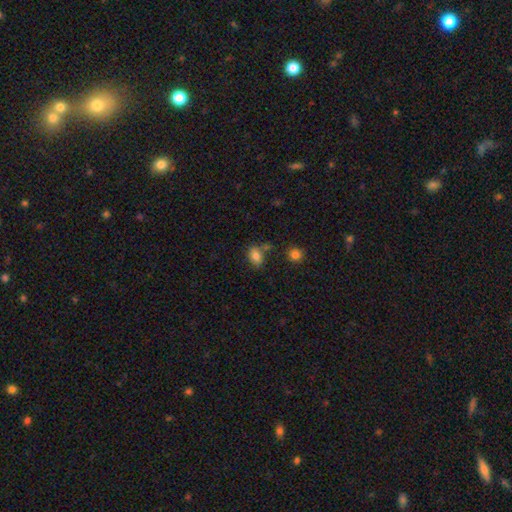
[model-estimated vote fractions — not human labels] Smooth or featured? Predicted: smooth (p=0.81). How rounded? Predicted: in between (p=0.76). Merging? Predicted: none (p=0.65).